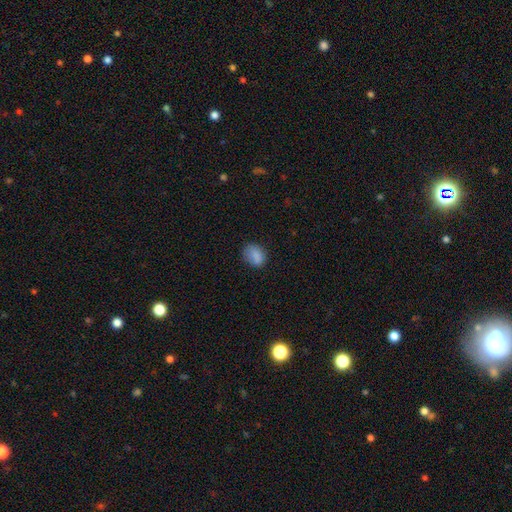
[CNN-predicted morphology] Smooth or featured: smooth — 84% (star or artifact — 10%)
How rounded: in between — 65% (round — 34%)
Merging: none — 72% (minor disturbance — 21%)